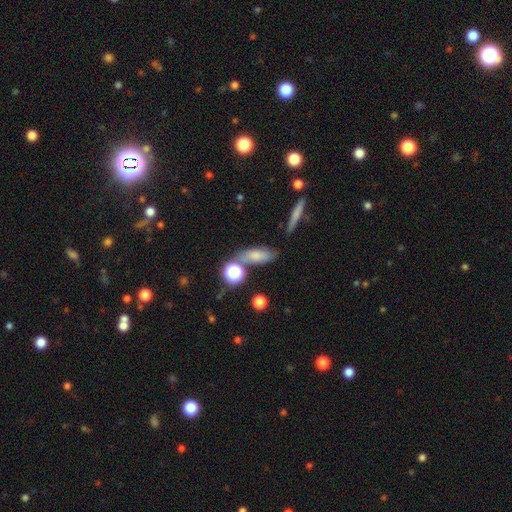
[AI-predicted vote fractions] smooth-or-featured: smooth: 69% | featured or disk: 18% | star or artifact: 13%
  how-rounded: in between: 63% | cigar-shaped: 27% | round: 10%
  merging: none: 60% | minor disturbance: 17% | merger: 17% | major disturbance: 7%